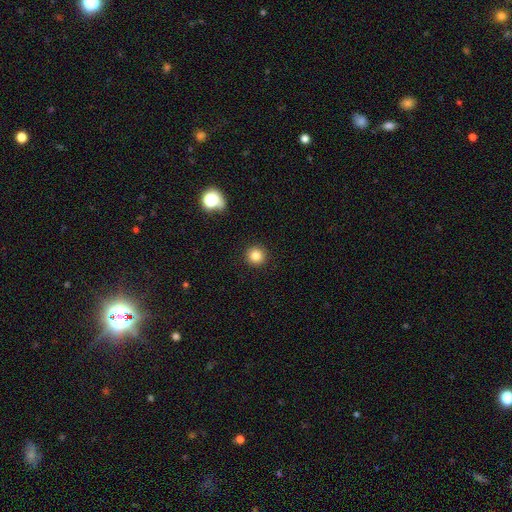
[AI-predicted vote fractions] smooth-or-featured: smooth: 83% | star or artifact: 12% | featured or disk: 5%
  how-rounded: round: 95% | in between: 4% | cigar-shaped: 1%
  merging: none: 92% | minor disturbance: 5% | major disturbance: 2% | merger: 1%